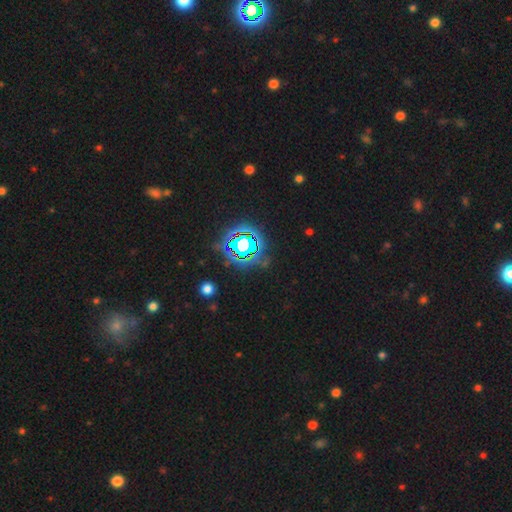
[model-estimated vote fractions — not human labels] Smooth or featured? star or artifact (80%)